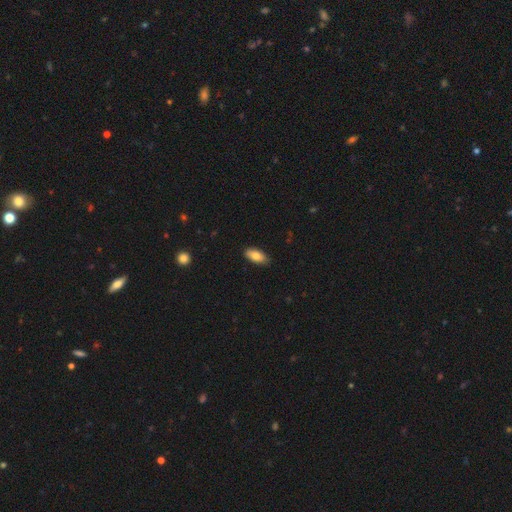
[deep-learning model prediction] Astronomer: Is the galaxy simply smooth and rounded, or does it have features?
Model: smooth — 81%.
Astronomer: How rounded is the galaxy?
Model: in between — 87%.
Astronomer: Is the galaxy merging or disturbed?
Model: none — 86%.